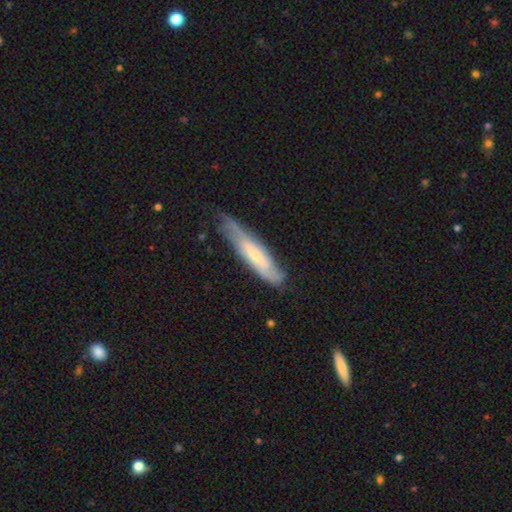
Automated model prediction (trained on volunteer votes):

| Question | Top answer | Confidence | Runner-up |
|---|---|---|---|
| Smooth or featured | featured or disk | 52% | smooth (42%) |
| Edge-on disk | yes | 52% | no (48%) |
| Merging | none | 62% | minor disturbance (29%) |